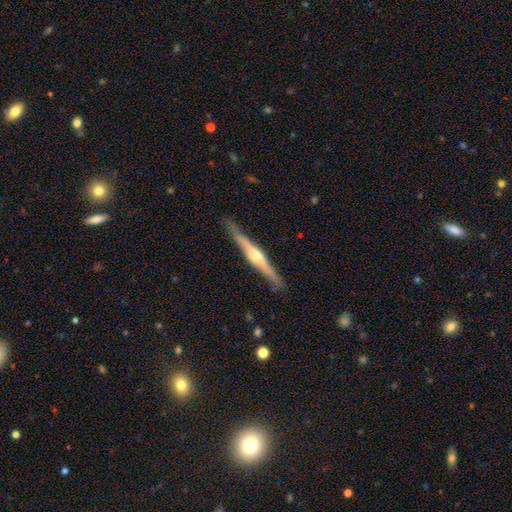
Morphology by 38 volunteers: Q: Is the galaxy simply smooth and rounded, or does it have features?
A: featured or disk — 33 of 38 (87%).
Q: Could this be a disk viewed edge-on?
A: yes — 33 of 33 (100%).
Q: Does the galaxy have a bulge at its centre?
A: rounded — 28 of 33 (85%).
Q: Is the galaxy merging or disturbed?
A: none — 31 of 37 (84%).